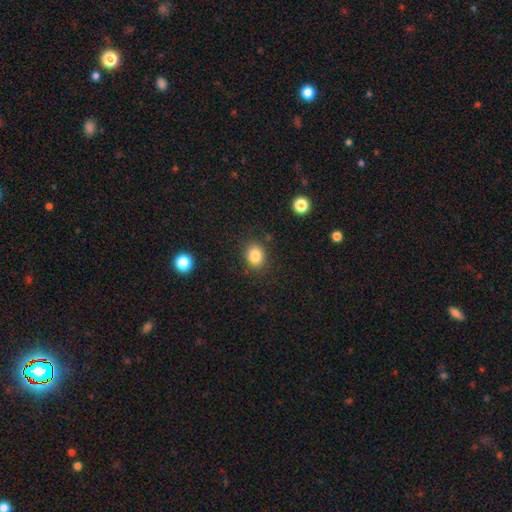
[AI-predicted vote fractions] This is clearly a smooth galaxy (84%). How rounded: possibly in between (51%). Merging: clearly none (85%).